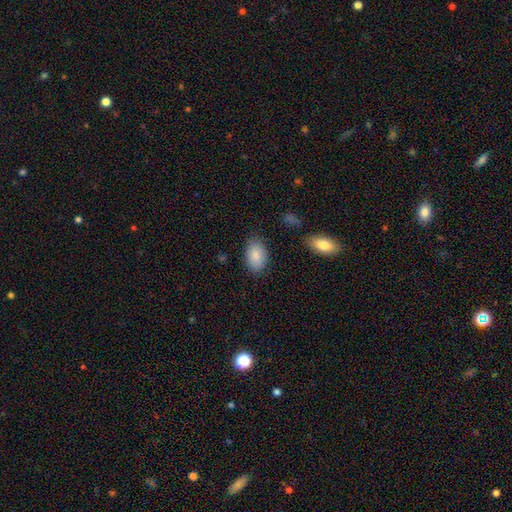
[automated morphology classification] This is clearly a smooth galaxy (86%). How rounded: clearly in between (90%). Merging: clearly none (81%).